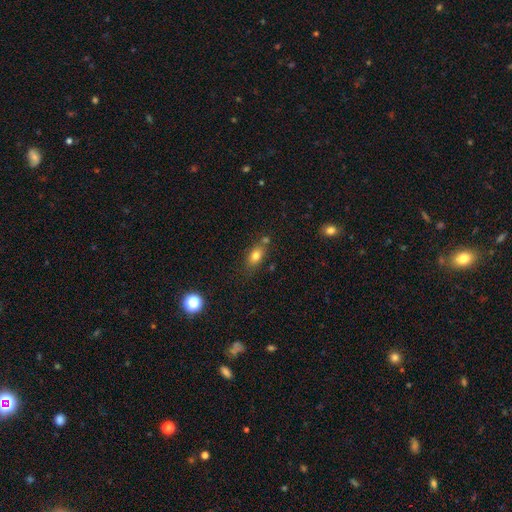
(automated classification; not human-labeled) This is likely a smooth galaxy (77%). How rounded: likely in between (77%). Merging: likely none (64%).